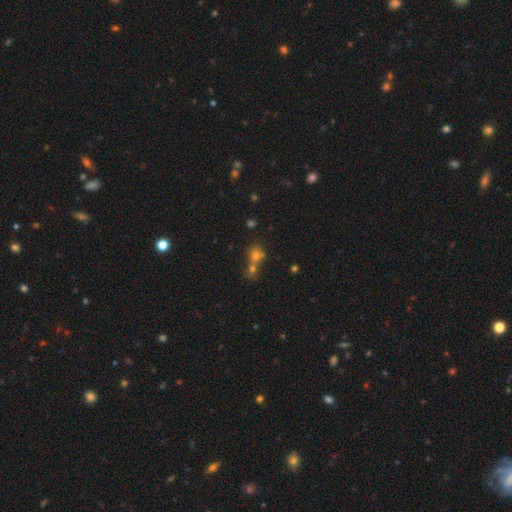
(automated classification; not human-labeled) A smooth galaxy with no disk features (62%) that is round (74%).

Vote fractions:
- Smooth or featured? smooth: 62% / star or artifact: 24% / featured or disk: 14%
- How rounded? round: 74% / in between: 24% / cigar-shaped: 2%
- Merging? merger: 56% / none: 33% / minor disturbance: 7% / major disturbance: 4%